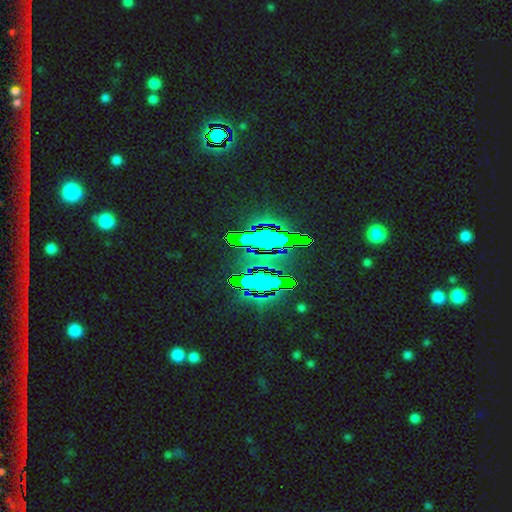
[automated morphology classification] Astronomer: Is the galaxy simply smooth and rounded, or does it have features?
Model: star or artifact — 84%.